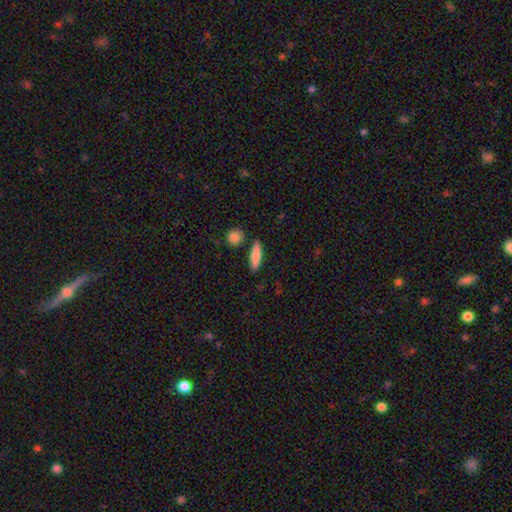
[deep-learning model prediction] Smooth or featured? smooth (79%)
How rounded? cigar-shaped (66%)
Merging? none (84%)